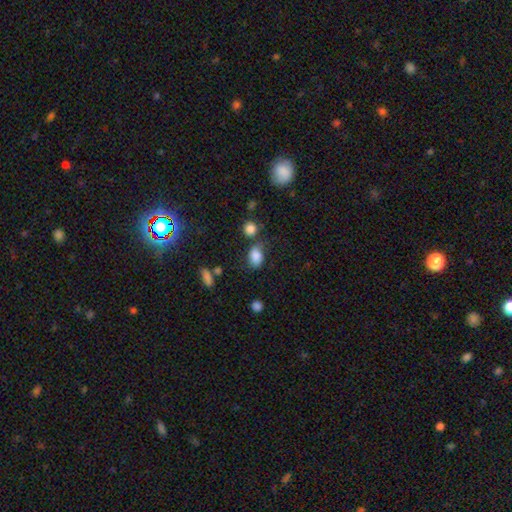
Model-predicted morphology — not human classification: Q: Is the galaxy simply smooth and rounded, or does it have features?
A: smooth — 82%.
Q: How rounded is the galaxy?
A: in between — 79%.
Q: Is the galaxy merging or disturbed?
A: none — 57%.